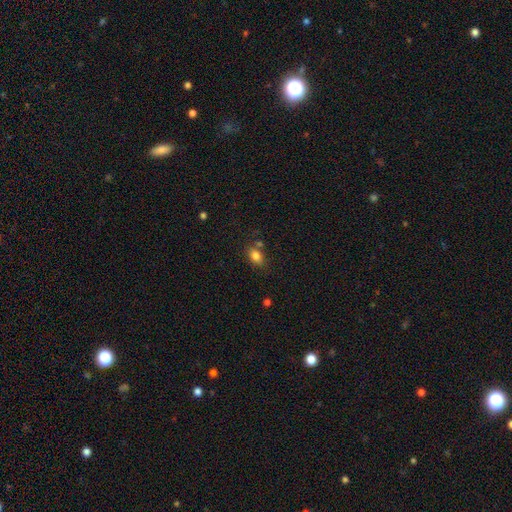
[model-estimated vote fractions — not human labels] Morphology: type=smooth (82%); roundness=in between (79%); merging=none (68%).